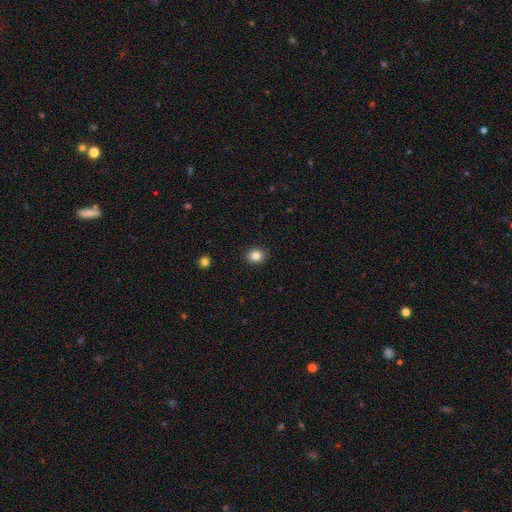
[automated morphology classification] A smooth galaxy with no disk features (84%) that is round (58%).

Vote fractions:
- Smooth or featured? smooth: 84% / star or artifact: 10% / featured or disk: 6%
- How rounded? round: 58% / in between: 41% / cigar-shaped: 1%
- Merging? none: 90% / minor disturbance: 7% / major disturbance: 2% / merger: 1%